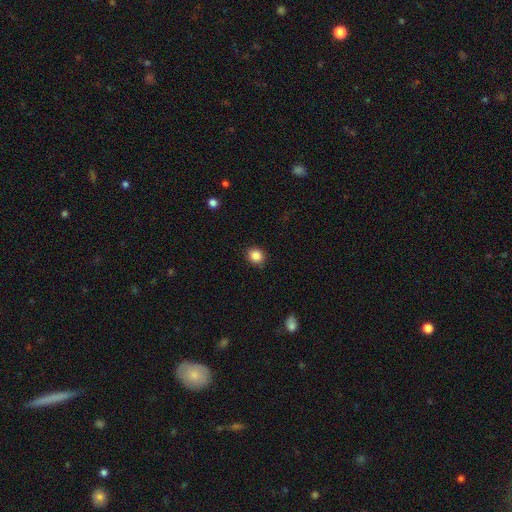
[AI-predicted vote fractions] A smooth galaxy with no disk features (86%) that is round (74%). Merging: none (90%).